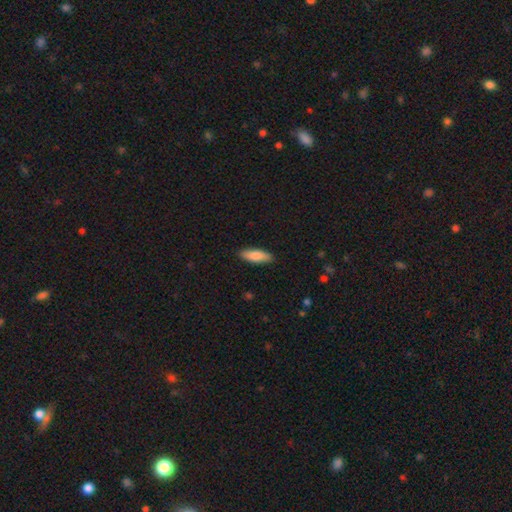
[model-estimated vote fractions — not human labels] This appears to be a smooth galaxy with no disk features (83%) that is in between round and cigar-shaped (61%). Merging: none (89%).